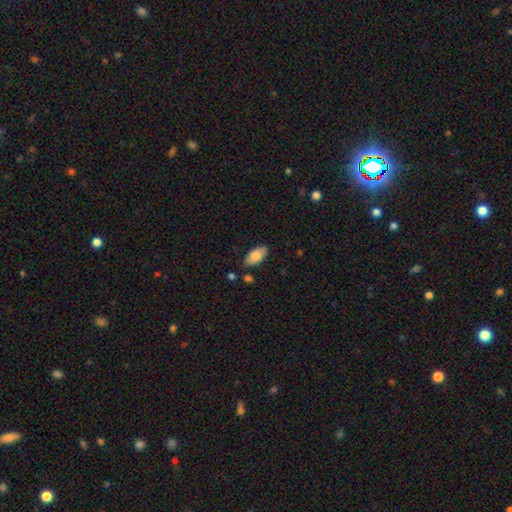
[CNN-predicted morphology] smooth_or_featured: smooth (p=0.80) [alt: featured or disk p=0.14]
how_rounded: in between (p=0.93) [alt: cigar-shaped p=0.05]
merging: none (p=0.83) [alt: minor disturbance p=0.12]